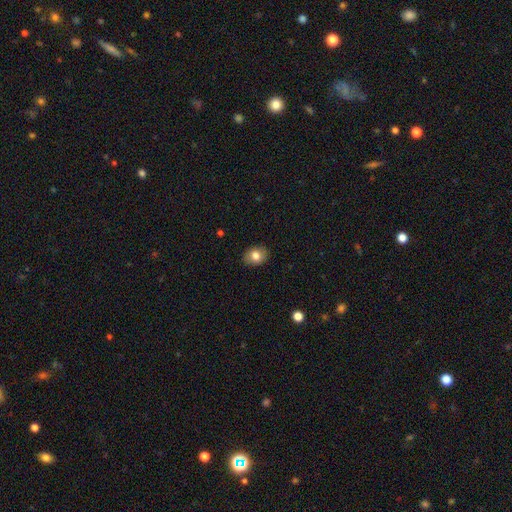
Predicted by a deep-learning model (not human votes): This is clearly a smooth galaxy (81%). How rounded: possibly in between (50%). Merging: clearly none (88%).